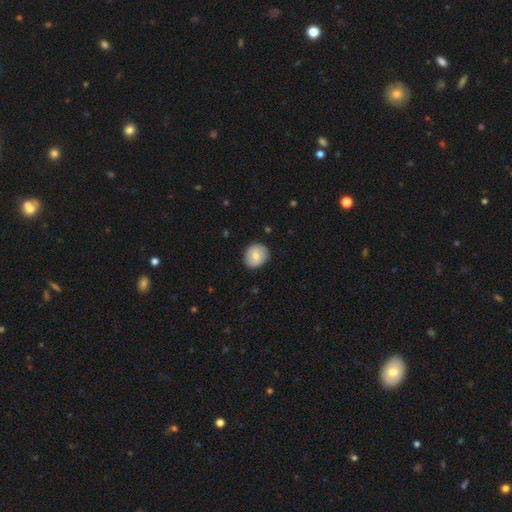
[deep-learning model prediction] A smooth galaxy with no disk features (71%) that is round (77%).

Vote fractions:
- Smooth or featured? smooth: 71% / featured or disk: 22% / star or artifact: 6%
- How rounded? round: 77% / in between: 22% / cigar-shaped: 1%
- Merging? none: 85% / minor disturbance: 11% / major disturbance: 2% / merger: 1%